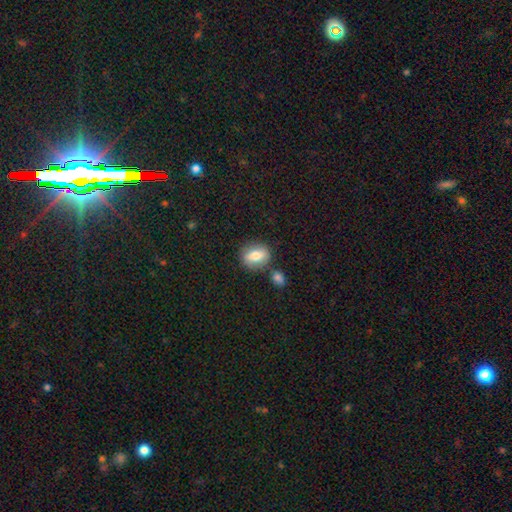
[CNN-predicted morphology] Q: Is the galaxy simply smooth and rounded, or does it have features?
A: smooth — 70%.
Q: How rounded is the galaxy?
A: round — 54%.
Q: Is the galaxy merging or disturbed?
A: none — 75%.